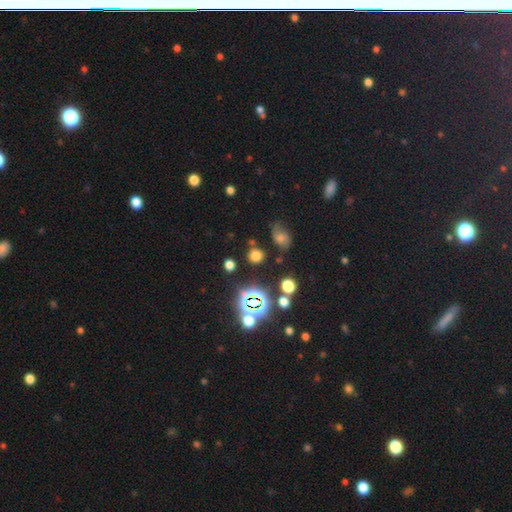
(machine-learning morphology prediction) smooth_or_featured: smooth (p=0.64) [alt: star or artifact p=0.29]
how_rounded: round (p=0.78) [alt: in between p=0.20]
merging: none (p=0.78) [alt: minor disturbance p=0.11]